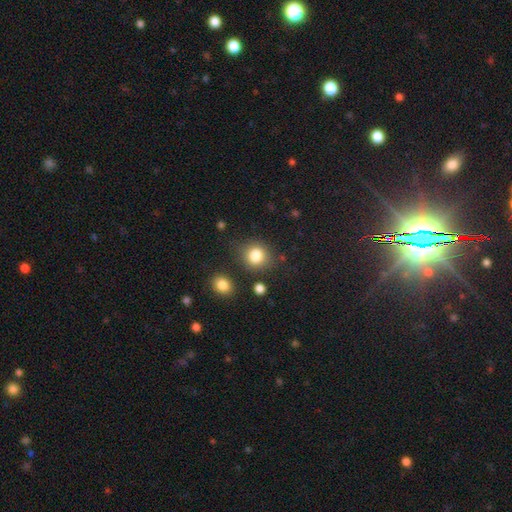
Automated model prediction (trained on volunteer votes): Smooth or featured? smooth (82%)
How rounded? round (83%)
Merging? none (80%)